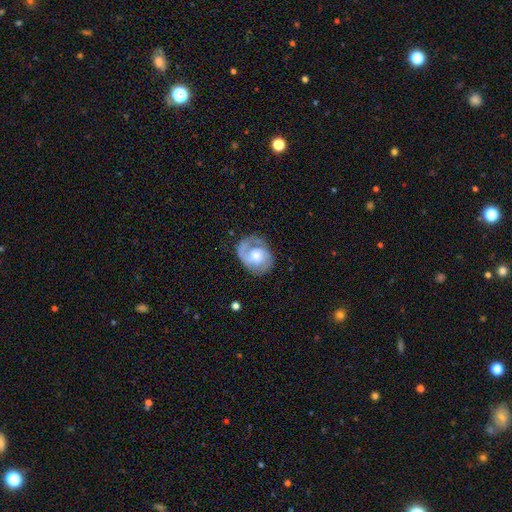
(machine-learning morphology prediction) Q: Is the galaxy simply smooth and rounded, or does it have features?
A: featured or disk — 71%.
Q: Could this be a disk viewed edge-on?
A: no — 97%.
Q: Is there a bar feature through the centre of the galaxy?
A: no — 66%.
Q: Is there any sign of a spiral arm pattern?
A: yes — 88%.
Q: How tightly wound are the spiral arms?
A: tight — 41%.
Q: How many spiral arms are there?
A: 2 — 50%.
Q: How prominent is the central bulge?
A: moderate — 55%.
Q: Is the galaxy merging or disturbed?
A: none — 64%.